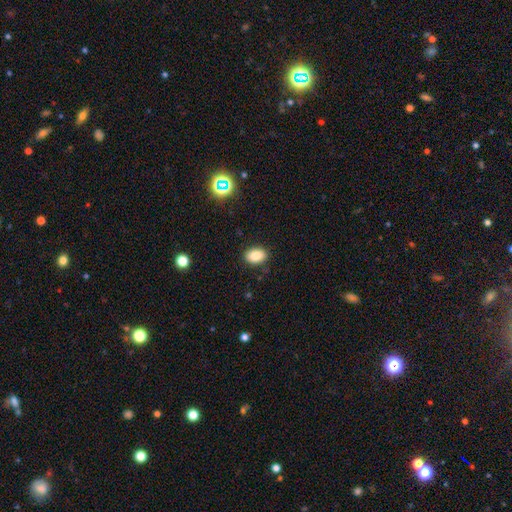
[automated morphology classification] This appears to be a smooth galaxy with no disk features (86%) that is in between round and cigar-shaped (83%). Merging: none (87%).